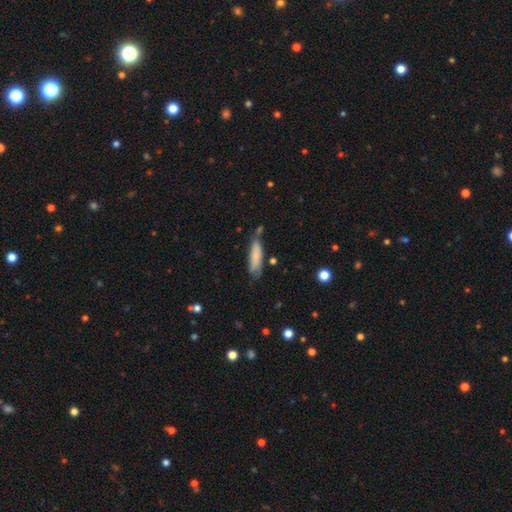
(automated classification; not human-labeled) This appears to be a smooth galaxy with no disk features (74%) that is cigar-shaped (61%). Merging: none (58%).